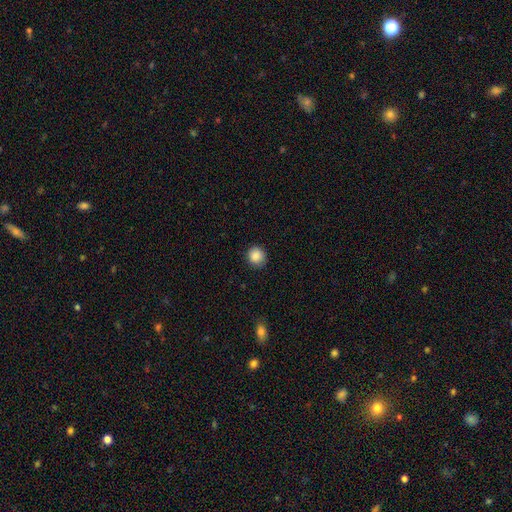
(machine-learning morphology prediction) A smooth galaxy with no disk features (87%) that is round (91%).

Vote fractions:
- Smooth or featured? smooth: 87% / star or artifact: 9% / featured or disk: 4%
- How rounded? round: 91% / in between: 8% / cigar-shaped: 1%
- Merging? none: 90% / minor disturbance: 7% / major disturbance: 2% / merger: 1%